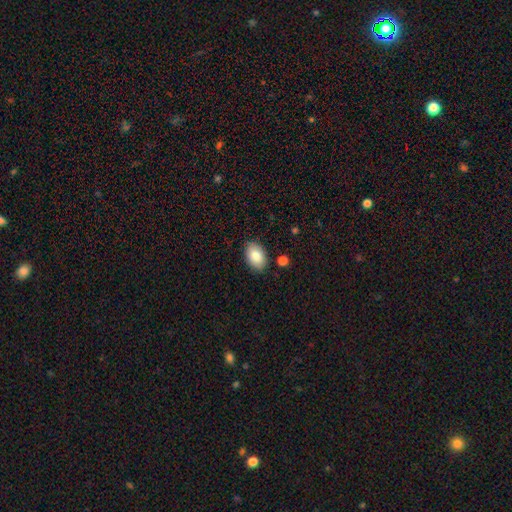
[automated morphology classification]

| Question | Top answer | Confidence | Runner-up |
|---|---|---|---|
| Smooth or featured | smooth | 86% | featured or disk (7%) |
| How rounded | in between | 89% | round (10%) |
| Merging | none | 86% | minor disturbance (10%) |